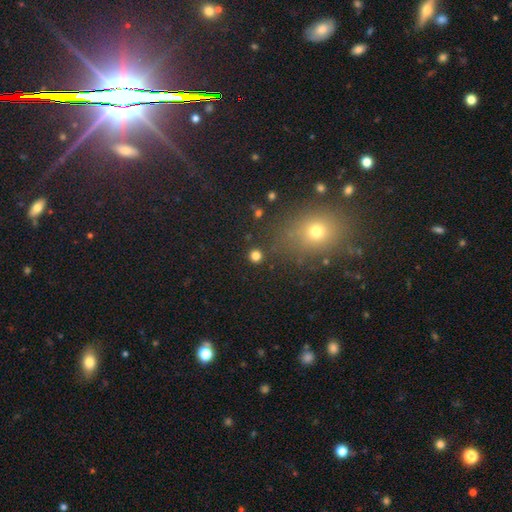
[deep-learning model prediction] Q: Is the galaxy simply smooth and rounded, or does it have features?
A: smooth — 79%.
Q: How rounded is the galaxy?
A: round — 93%.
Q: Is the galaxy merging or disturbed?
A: none — 88%.